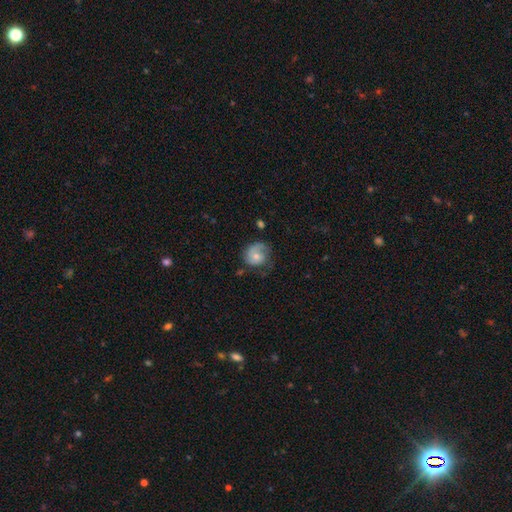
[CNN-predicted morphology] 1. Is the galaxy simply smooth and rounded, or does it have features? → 50% featured or disk, 42% smooth, 8% star or artifact.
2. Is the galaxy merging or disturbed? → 53% none, 25% minor disturbance, 19% major disturbance, 2% merger.